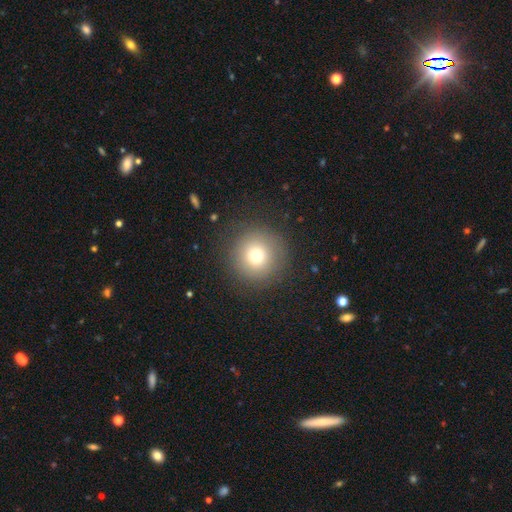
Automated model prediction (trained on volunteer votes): A smooth galaxy with no disk features (74%) that is round (96%).

Vote fractions:
- Smooth or featured? smooth: 74% / star or artifact: 15% / featured or disk: 11%
- How rounded? round: 96% / in between: 3% / cigar-shaped: 1%
- Merging? none: 87% / minor disturbance: 7% / major disturbance: 4% / merger: 1%